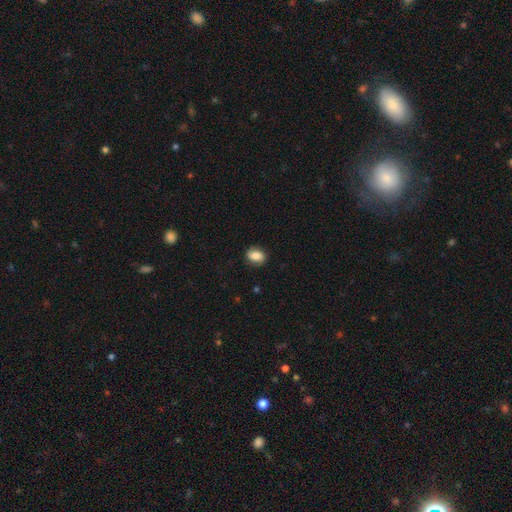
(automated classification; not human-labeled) Smooth or featured?
  - smooth: 77% *
  - featured or disk: 15%
  - star or artifact: 8%
How rounded?
  - in between: 64% *
  - round: 35%
  - cigar-shaped: 1%
Merging?
  - none: 83% *
  - minor disturbance: 13%
  - major disturbance: 3%
  - merger: 1%